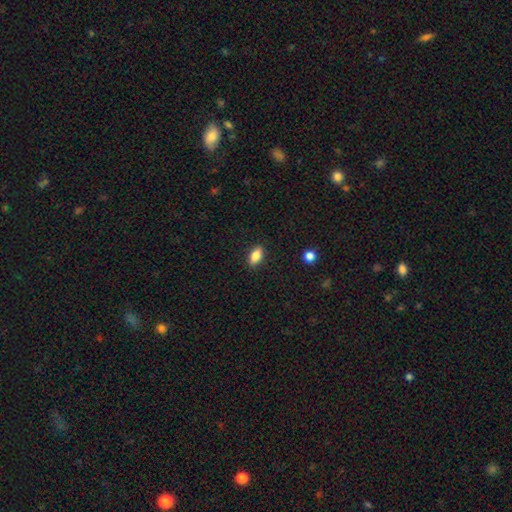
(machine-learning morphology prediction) This is clearly a smooth galaxy (84%). How rounded: clearly in between (88%). Merging: clearly none (88%).